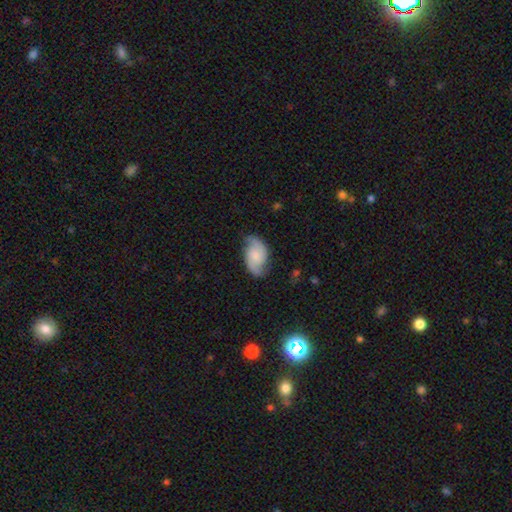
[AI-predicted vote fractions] Morphology: type=featured or disk (69%); edge-on=no (97%); bar=no (58%); spiral arms=yes (95%); winding=medium (45%); arm count=2 (90%); bulge=small (37%); merging=none (73%).